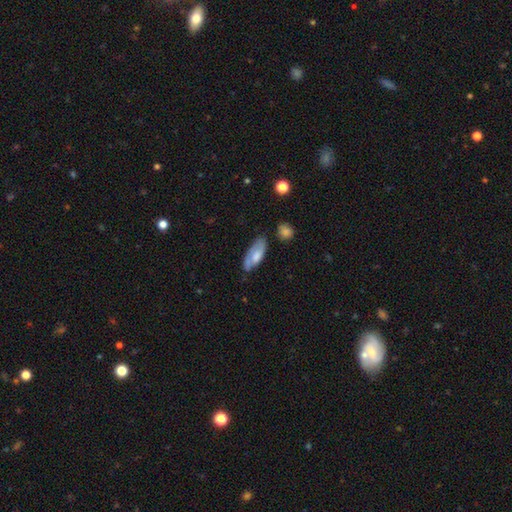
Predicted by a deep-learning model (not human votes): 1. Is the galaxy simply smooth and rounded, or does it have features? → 53% smooth, 41% featured or disk, 6% star or artifact.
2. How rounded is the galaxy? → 78% in between, 19% cigar-shaped, 3% round.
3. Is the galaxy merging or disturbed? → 61% none, 27% minor disturbance, 8% major disturbance, 4% merger.